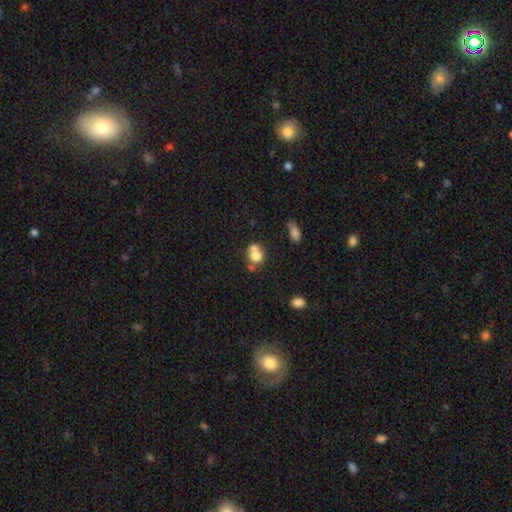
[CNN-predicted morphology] smooth-or-featured: smooth: 71% | featured or disk: 18% | star or artifact: 11%
  how-rounded: round: 69% | in between: 30% | cigar-shaped: 1%
  merging: merger: 52% | none: 33% | minor disturbance: 10% | major disturbance: 5%